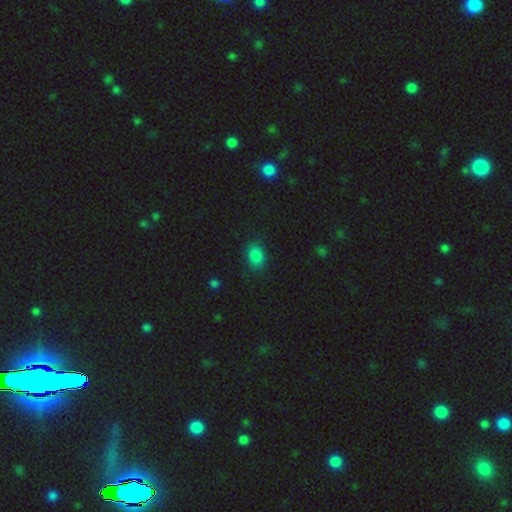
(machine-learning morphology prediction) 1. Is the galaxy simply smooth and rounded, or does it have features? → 84% smooth, 12% star or artifact, 4% featured or disk.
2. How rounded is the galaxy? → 71% in between, 28% round, 1% cigar-shaped.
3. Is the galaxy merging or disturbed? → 85% none, 11% minor disturbance, 3% major disturbance, 1% merger.